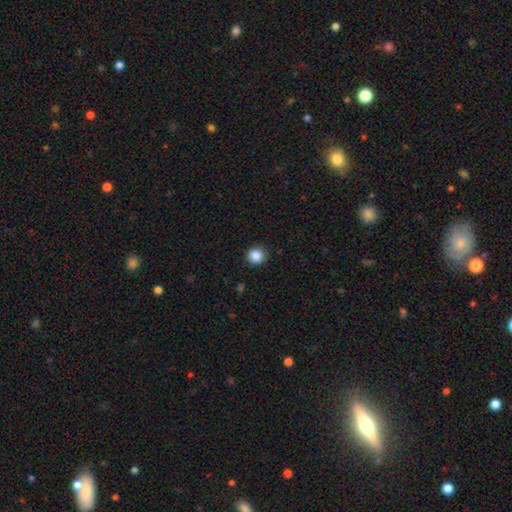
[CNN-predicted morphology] Smooth or featured: smooth — 88% (star or artifact — 10%)
How rounded: round — 92% (in between — 7%)
Merging: none — 89% (minor disturbance — 8%)